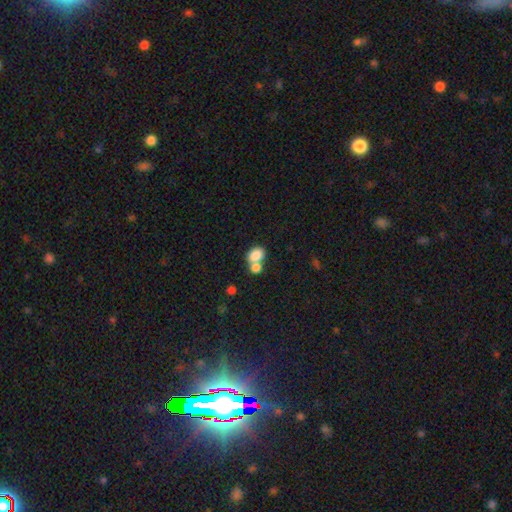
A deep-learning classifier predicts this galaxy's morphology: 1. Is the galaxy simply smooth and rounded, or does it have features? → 82% smooth, 10% featured or disk, 9% star or artifact.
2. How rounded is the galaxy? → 61% in between, 38% round, 1% cigar-shaped.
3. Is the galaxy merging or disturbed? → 57% merger, 31% none, 8% minor disturbance, 4% major disturbance.